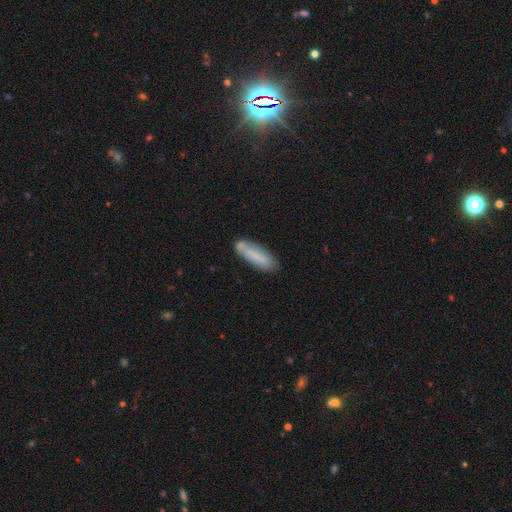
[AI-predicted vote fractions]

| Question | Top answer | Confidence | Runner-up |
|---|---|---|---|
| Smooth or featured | smooth | 76% | featured or disk (17%) |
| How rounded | cigar-shaped | 64% | in between (35%) |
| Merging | none | 68% | minor disturbance (19%) |